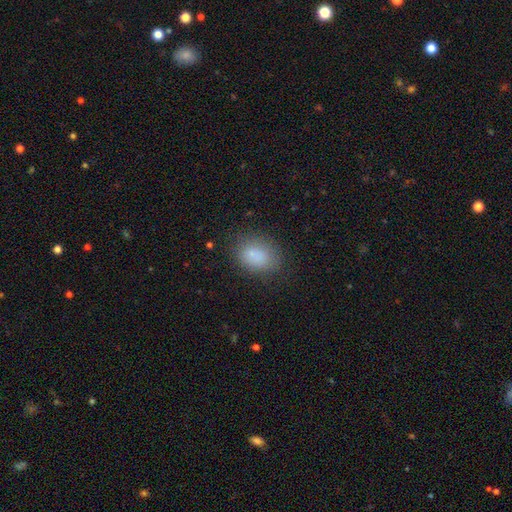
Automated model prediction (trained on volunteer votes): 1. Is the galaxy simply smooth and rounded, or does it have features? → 82% smooth, 10% star or artifact, 8% featured or disk.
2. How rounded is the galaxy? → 67% in between, 32% round, 1% cigar-shaped.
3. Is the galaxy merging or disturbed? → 75% none, 16% minor disturbance, 6% major disturbance, 3% merger.